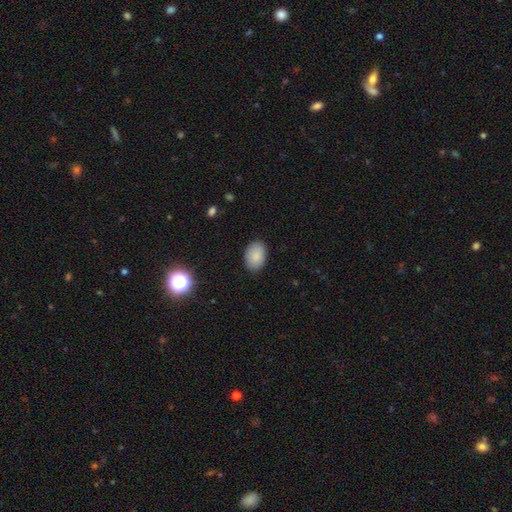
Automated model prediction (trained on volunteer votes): smooth-or-featured: smooth: 87% | star or artifact: 8% | featured or disk: 5%
  how-rounded: in between: 84% | round: 15% | cigar-shaped: 1%
  merging: none: 86% | minor disturbance: 11% | major disturbance: 2% | merger: 1%